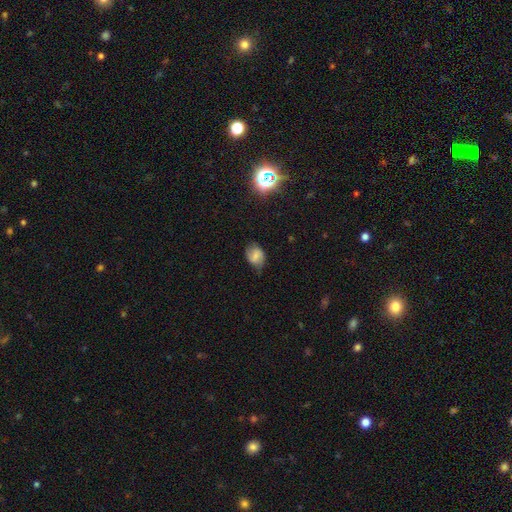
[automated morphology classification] Smooth or featured? Predicted: smooth (p=0.62). How rounded? Predicted: in between (p=0.62). Merging? Predicted: none (p=0.66).